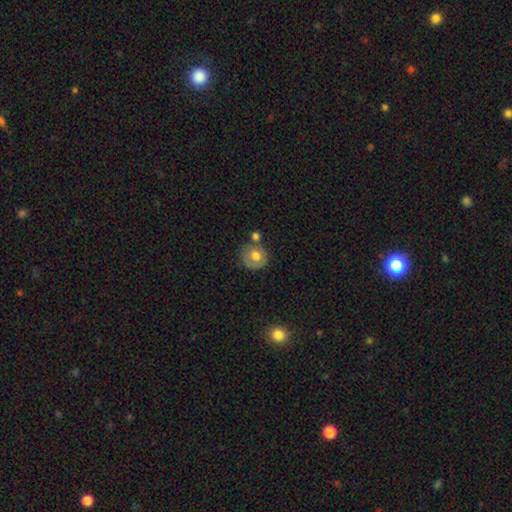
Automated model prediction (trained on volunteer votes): The model was most divided on "merging": none: 59%, minor disturbance: 18%, merger: 16%, major disturbance: 6%. More confident: how rounded — round (83%); smooth or featured — smooth (67%).